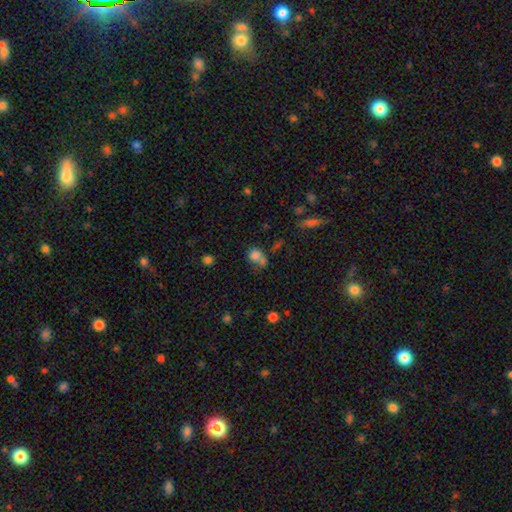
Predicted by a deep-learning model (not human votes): The model was most divided on "merging": merger: 38%, none: 35%, minor disturbance: 15%, major disturbance: 11%. More confident: smooth or featured — smooth (77%); how rounded — round (60%).